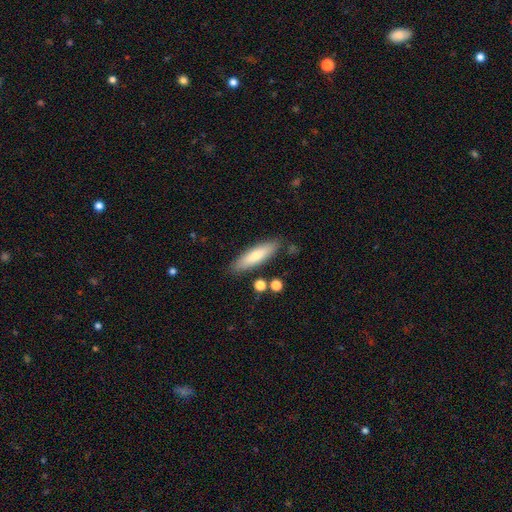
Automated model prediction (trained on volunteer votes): Overall: smooth (74%). How rounded: cigar-shaped (64%; in between 34%). Merging: none (85%).